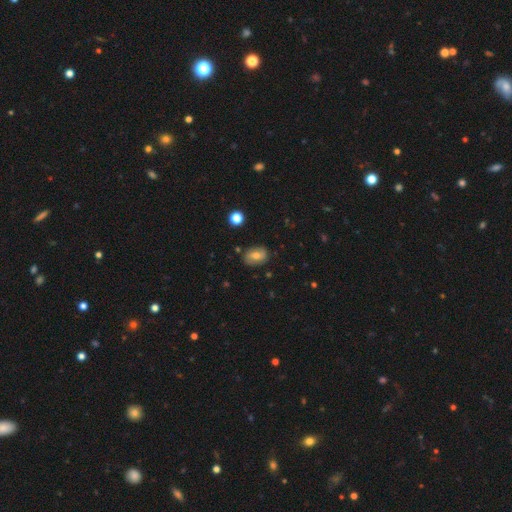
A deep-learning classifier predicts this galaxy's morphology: smooth_or_featured: smooth (p=0.65) [alt: featured or disk p=0.25]
how_rounded: in between (p=0.79) [alt: round p=0.19]
merging: none (p=0.83) [alt: minor disturbance p=0.12]